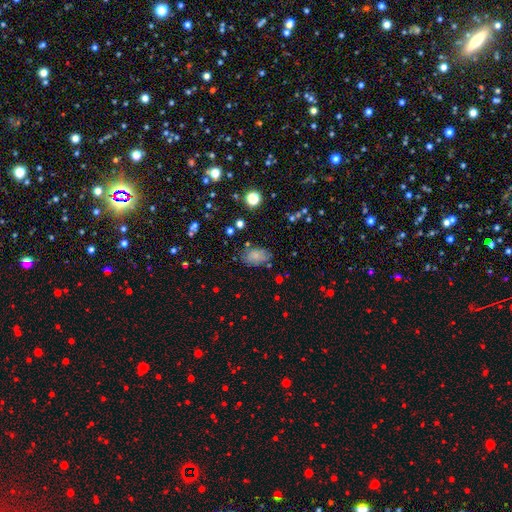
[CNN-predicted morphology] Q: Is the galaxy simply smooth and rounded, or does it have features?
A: smooth — 64%.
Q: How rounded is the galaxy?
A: in between — 86%.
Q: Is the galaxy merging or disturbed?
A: none — 70%.